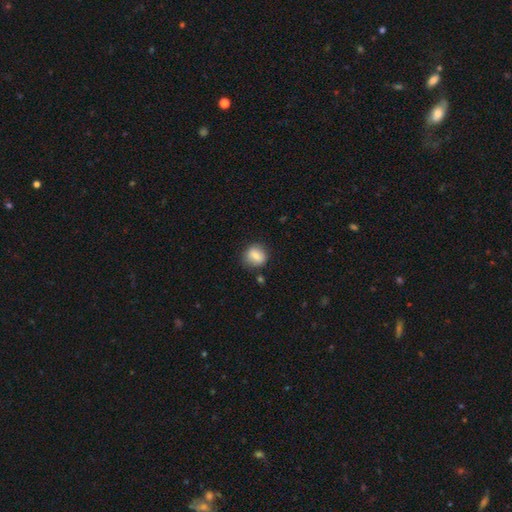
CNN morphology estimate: A smooth galaxy with no disk features (77%) that is round (75%). Merging: none (81%).